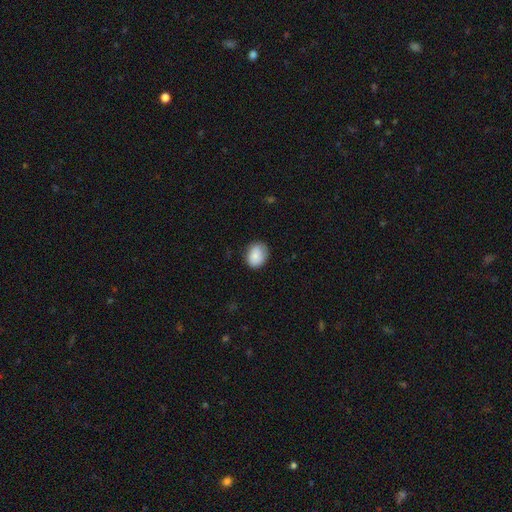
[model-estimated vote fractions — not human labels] Morphology: type=smooth (86%); roundness=in between (59%); merging=none (78%).